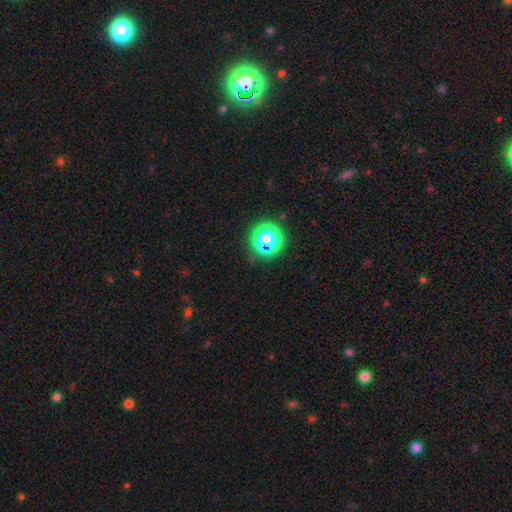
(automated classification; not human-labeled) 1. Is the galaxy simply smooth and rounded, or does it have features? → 67% star or artifact, 26% smooth, 7% featured or disk.